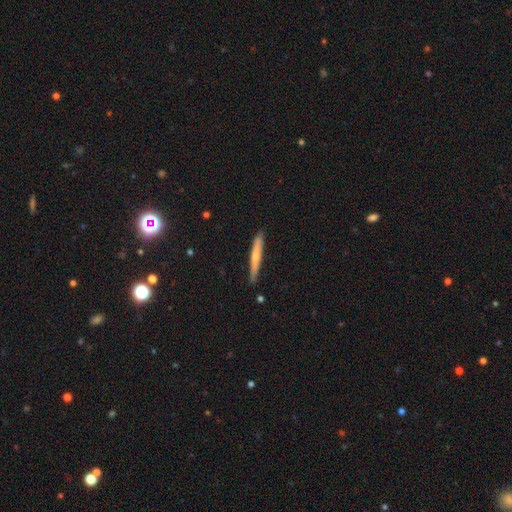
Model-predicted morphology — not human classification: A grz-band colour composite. It shows a smooth galaxy with no disk features (54%) that is cigar-shaped (95%). Merging: none (86%).